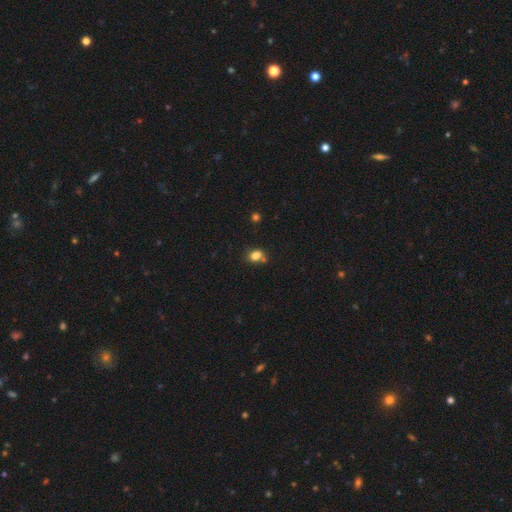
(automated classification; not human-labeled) Smooth or featured? smooth (79%)
How rounded? in between (55%)
Merging? none (48%)